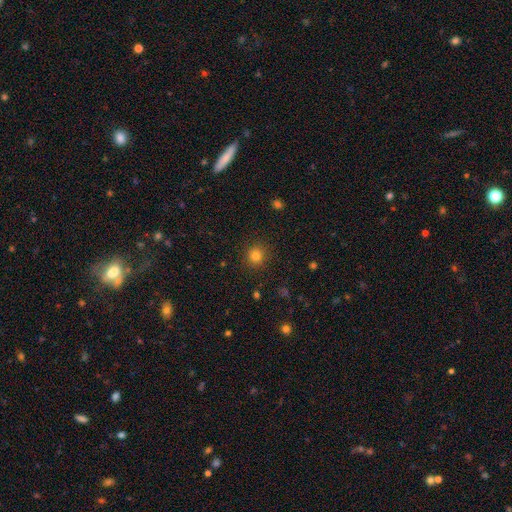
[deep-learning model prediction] Smooth or featured? Predicted: smooth (p=0.81). How rounded? Predicted: round (p=0.91). Merging? Predicted: none (p=0.90).